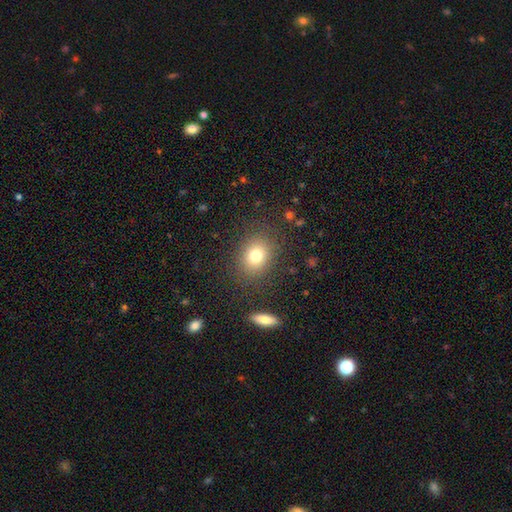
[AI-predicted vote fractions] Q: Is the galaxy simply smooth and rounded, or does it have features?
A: smooth — 77%.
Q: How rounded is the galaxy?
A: round — 57%.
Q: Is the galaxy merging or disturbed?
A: none — 84%.